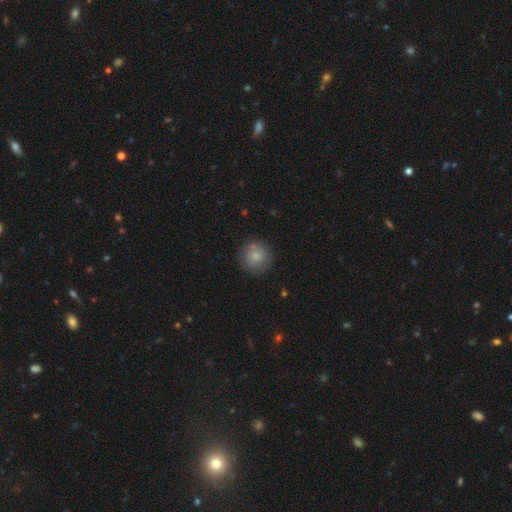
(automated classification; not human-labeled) Smooth or featured: smooth — 79% (featured or disk — 13%)
How rounded: round — 94% (in between — 5%)
Merging: none — 81% (minor disturbance — 13%)